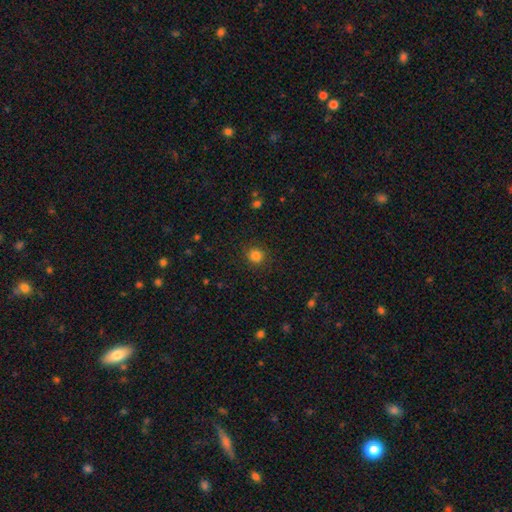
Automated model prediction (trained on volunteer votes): Q: Smooth or featured?
A: smooth (83%); runner-up: star or artifact (13%)
Q: How rounded?
A: round (90%); runner-up: in between (9%)
Q: Merging?
A: none (90%); runner-up: minor disturbance (7%)